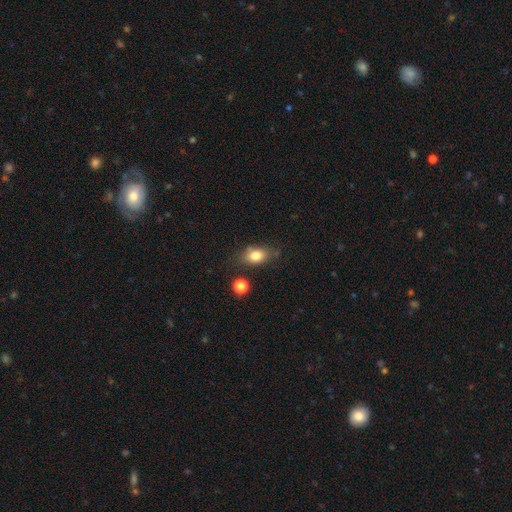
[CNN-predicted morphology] This appears to be a smooth galaxy with no disk features (80%) that is in between round and cigar-shaped (76%). Merging: none (71%).